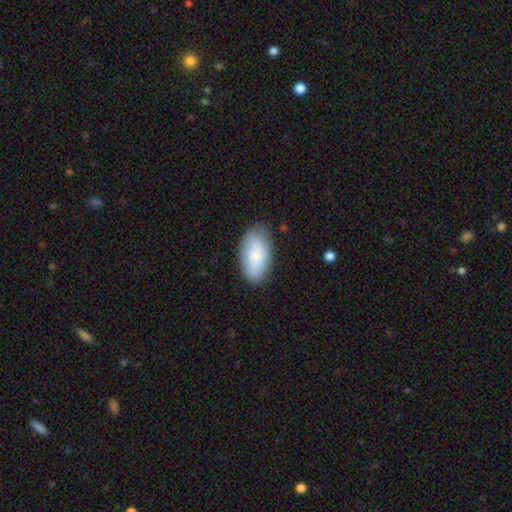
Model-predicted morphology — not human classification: Smooth or featured? Predicted: smooth (p=0.77). How rounded? Predicted: in between (p=0.94). Merging? Predicted: none (p=0.75).